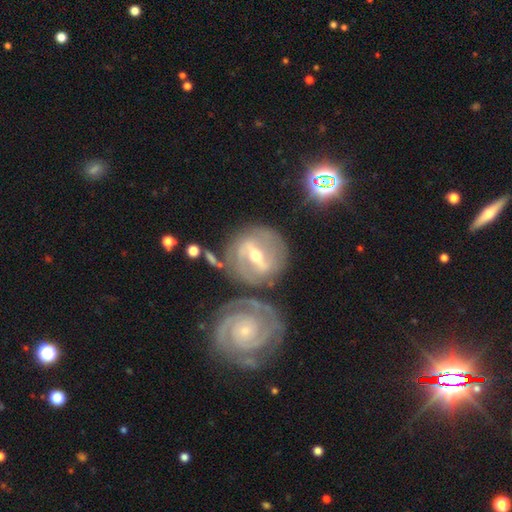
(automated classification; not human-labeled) Smooth or featured? Predicted: featured or disk (p=0.85). Edge-on disk? Predicted: no (p=0.93). Bar? Predicted: strong (p=0.69). Spiral arms? Predicted: yes (p=0.90). Spiral winding? Predicted: tight (p=0.64). Spiral arm count? Predicted: 2 (p=0.70). Bulge size? Predicted: moderate (p=0.55). Merging? Predicted: none (p=0.67).